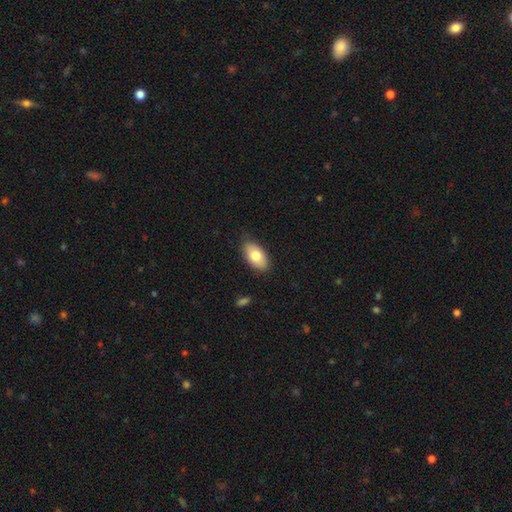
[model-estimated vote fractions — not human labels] A smooth galaxy with no disk features (77%) that is in between round and cigar-shaped (93%).

Vote fractions:
- Smooth or featured? smooth: 77% / featured or disk: 17% / star or artifact: 6%
- How rounded? in between: 93% / round: 4% / cigar-shaped: 3%
- Merging? none: 83% / minor disturbance: 13% / major disturbance: 2% / merger: 1%